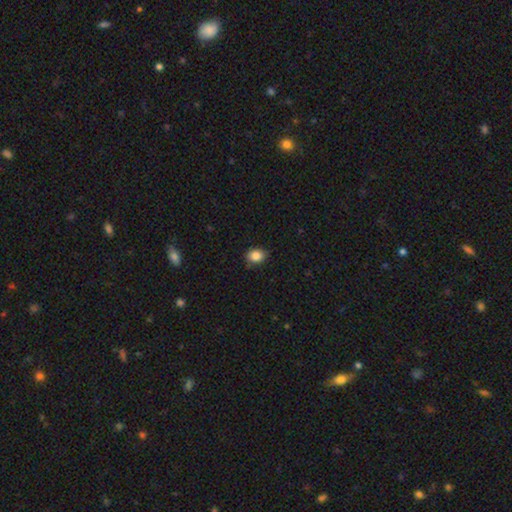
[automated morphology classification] smooth 86%, star or artifact 9%, featured or disk 5%. Down the decision tree: how rounded — in between (57%); merging — none (80%).